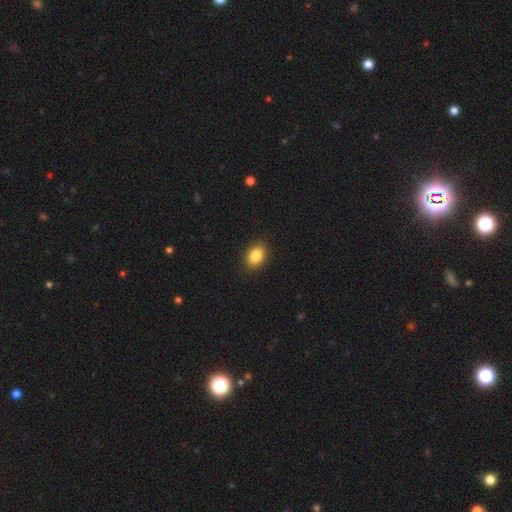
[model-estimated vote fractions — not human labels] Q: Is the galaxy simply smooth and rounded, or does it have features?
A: smooth — 85%.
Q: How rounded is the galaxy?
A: in between — 77%.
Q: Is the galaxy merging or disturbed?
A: none — 90%.